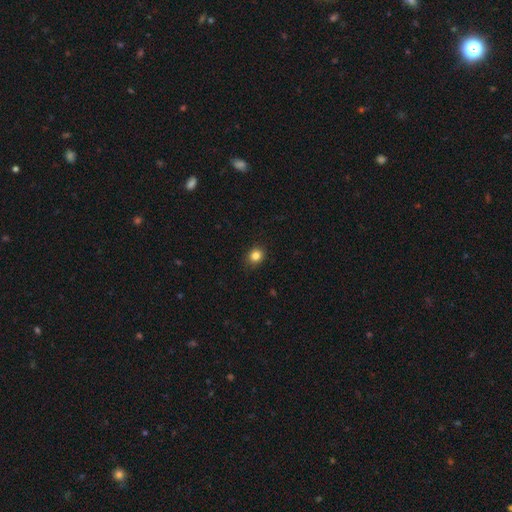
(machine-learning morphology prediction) type=smooth (84%); roundness=round (75%); merging=none (88%).